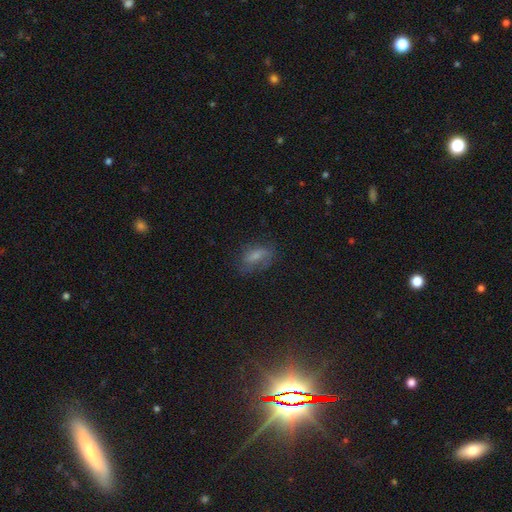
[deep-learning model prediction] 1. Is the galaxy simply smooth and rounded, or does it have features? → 57% smooth, 30% featured or disk, 13% star or artifact.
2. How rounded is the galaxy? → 82% in between, 10% round, 8% cigar-shaped.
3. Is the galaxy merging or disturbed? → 58% none, 24% minor disturbance, 16% major disturbance, 2% merger.